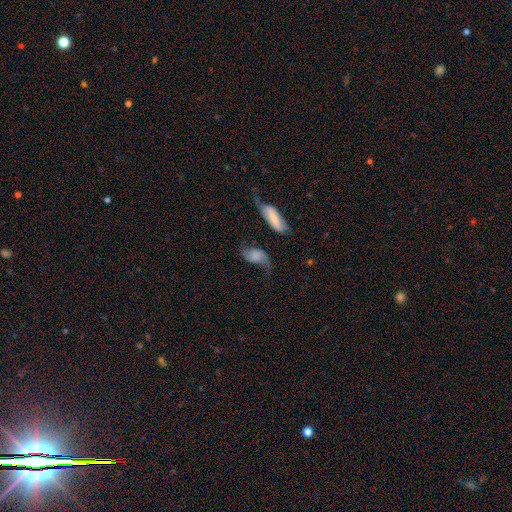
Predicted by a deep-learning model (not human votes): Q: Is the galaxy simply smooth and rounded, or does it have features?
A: smooth — 46%.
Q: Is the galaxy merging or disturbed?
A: none — 41%.